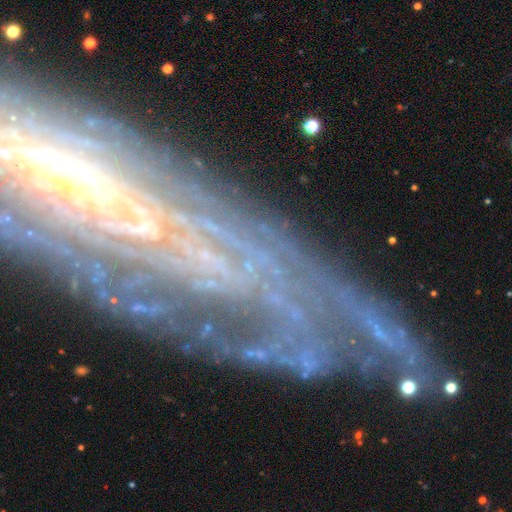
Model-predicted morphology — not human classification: featured or disk 71%, star or artifact 17%, smooth 11%. Down the decision tree: edge-on disk — no (86%); bar — no (55%); spiral arms — yes (86%); spiral arm count — can't tell (34%); spiral winding — tight (65%); bulge size — small (57%); merging — none (61%).